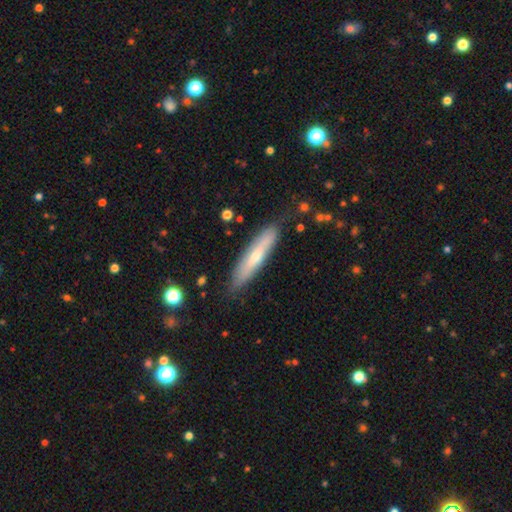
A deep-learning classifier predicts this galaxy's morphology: Smooth or featured? Predicted: smooth (p=0.54). How rounded? Predicted: cigar-shaped (p=0.83). Merging? Predicted: none (p=0.82).